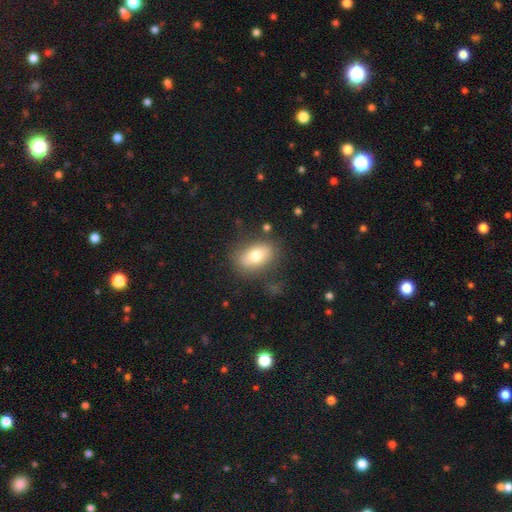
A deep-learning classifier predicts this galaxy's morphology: Smooth or featured? Predicted: smooth (p=0.72). How rounded? Predicted: in between (p=0.86). Merging? Predicted: none (p=0.75).